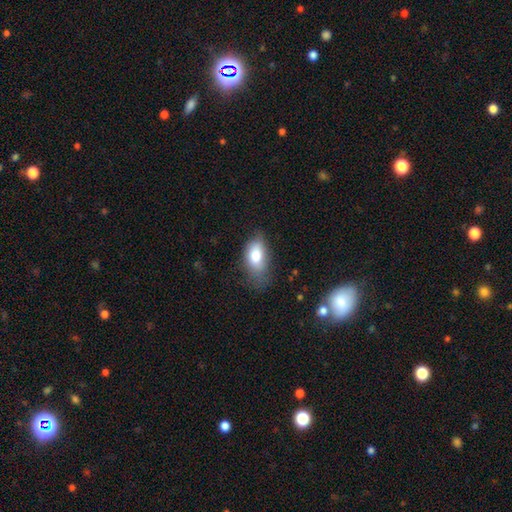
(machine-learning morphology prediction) Smooth or featured? smooth (80%)
How rounded? in between (91%)
Merging? none (49%)